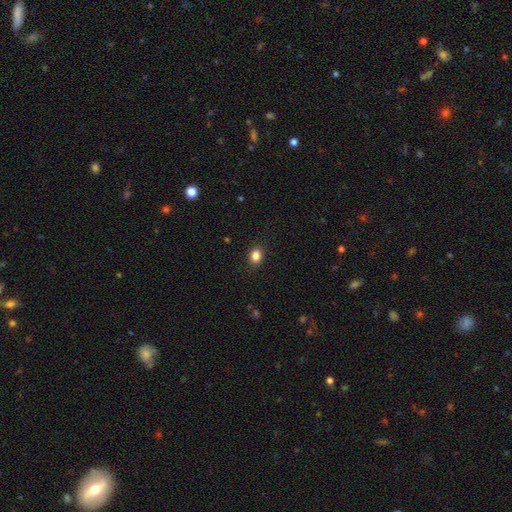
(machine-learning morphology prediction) This is clearly a smooth galaxy (85%). How rounded: possibly in between (58%). Merging: clearly none (89%).